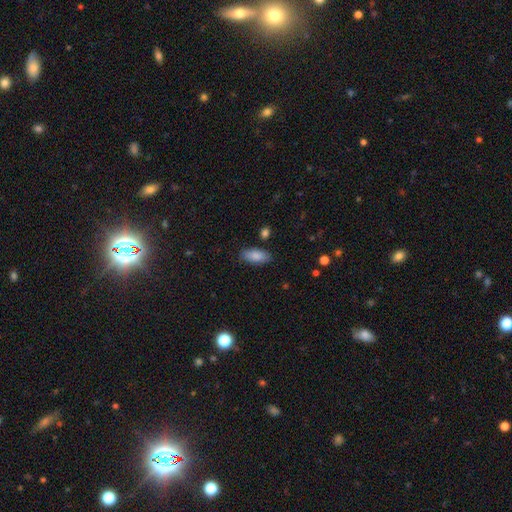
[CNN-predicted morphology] smooth 87%, featured or disk 7%, star or artifact 6%. Down the decision tree: how rounded — in between (85%); merging — none (86%).